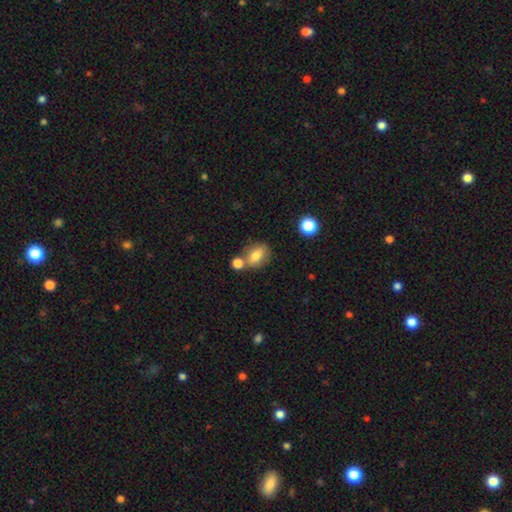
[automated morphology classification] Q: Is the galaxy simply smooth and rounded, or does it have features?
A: smooth — 77%.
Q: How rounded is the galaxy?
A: in between — 70%.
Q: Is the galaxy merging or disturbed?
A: none — 59%.